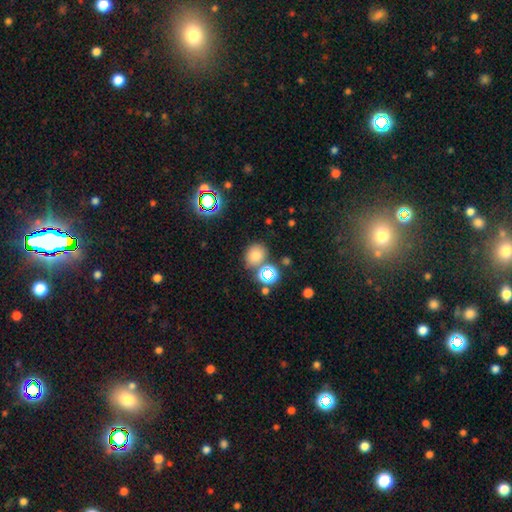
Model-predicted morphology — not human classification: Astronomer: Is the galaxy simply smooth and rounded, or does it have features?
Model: smooth — 72%.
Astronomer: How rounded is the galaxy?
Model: round — 69%.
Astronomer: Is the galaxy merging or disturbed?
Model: none — 73%.